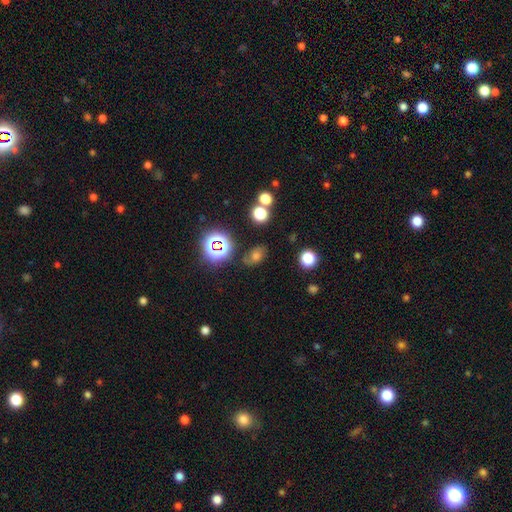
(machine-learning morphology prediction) smooth_or_featured: smooth (p=0.50) [alt: star or artifact p=0.35]
merging: none (p=0.74) [alt: minor disturbance p=0.15]